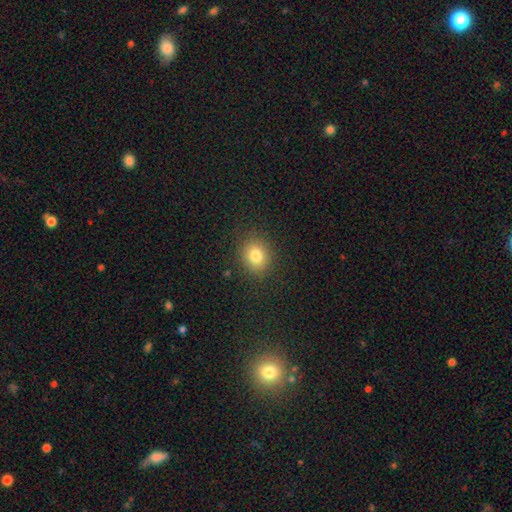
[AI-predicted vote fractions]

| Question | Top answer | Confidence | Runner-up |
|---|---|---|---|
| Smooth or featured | smooth | 81% | star or artifact (12%) |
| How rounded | round | 67% | in between (32%) |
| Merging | none | 88% | minor disturbance (8%) |